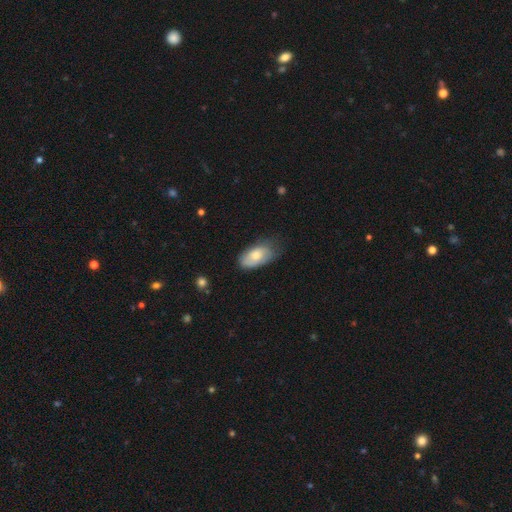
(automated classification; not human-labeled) A smooth galaxy with no disk features (70%) that is in between round and cigar-shaped (93%).

Vote fractions:
- Smooth or featured? smooth: 70% / featured or disk: 24% / star or artifact: 6%
- How rounded? in between: 93% / round: 4% / cigar-shaped: 3%
- Merging? none: 58% / minor disturbance: 32% / major disturbance: 8% / merger: 2%